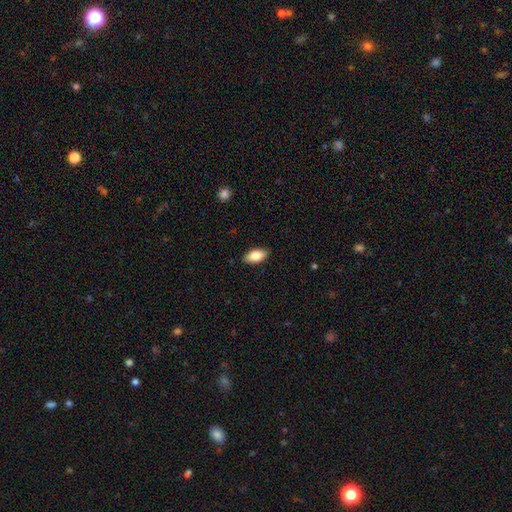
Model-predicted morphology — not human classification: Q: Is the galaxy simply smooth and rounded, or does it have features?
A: smooth — 83%.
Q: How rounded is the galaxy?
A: in between — 93%.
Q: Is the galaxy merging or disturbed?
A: none — 88%.